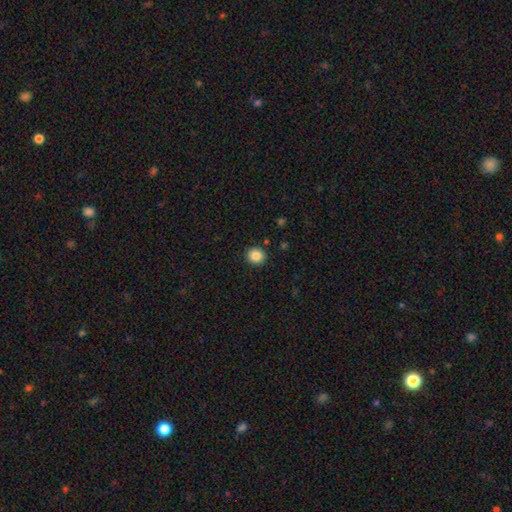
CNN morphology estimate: Smooth or featured? Predicted: smooth (p=0.87). How rounded? Predicted: round (p=0.88). Merging? Predicted: none (p=0.91).